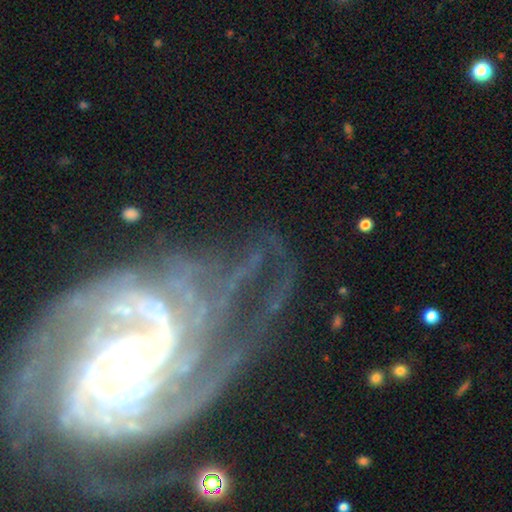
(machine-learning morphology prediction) smooth_or_featured: featured or disk (p=0.87) [alt: star or artifact p=0.08]
disk_edge_on: no (p=0.97) [alt: yes p=0.03]
bar: no (p=0.54) [alt: weak p=0.27]
has_spiral_arms: yes (p=0.94) [alt: no p=0.06]
spiral_winding: tight (p=0.58) [alt: medium p=0.31]
spiral_arm_count: 2 (p=0.25) [tied with: can't tell p=0.25]
bulge_size: moderate (p=0.48) [alt: small p=0.39]
merging: none (p=0.51) [alt: major disturbance p=0.26]